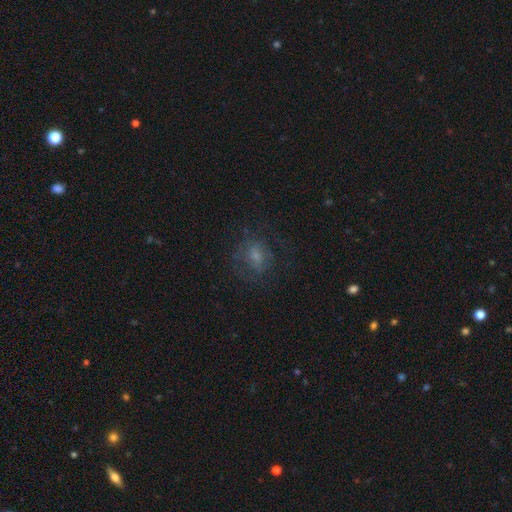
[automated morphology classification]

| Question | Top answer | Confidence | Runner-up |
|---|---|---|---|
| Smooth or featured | smooth | 52% | featured or disk (31%) |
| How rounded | round | 59% | in between (40%) |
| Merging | none | 63% | major disturbance (18%) |